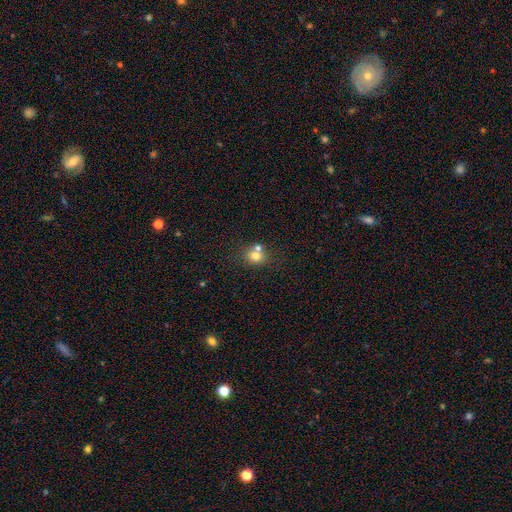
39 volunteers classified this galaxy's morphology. A smooth galaxy with no disk features (87%) that is round (71%). Merging: none (54%).